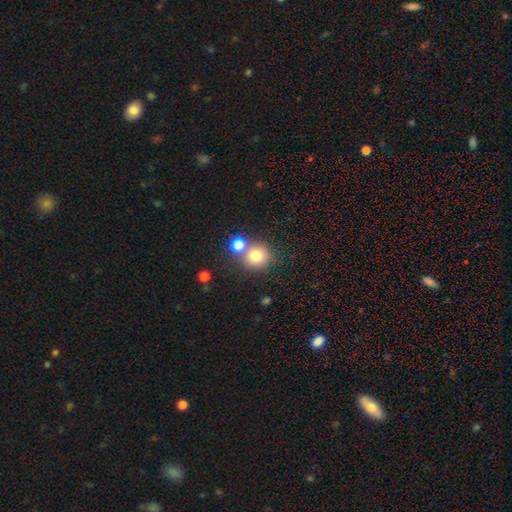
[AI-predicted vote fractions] smooth-or-featured: smooth: 76% | star or artifact: 14% | featured or disk: 10%
  how-rounded: round: 90% | in between: 9% | cigar-shaped: 1%
  merging: none: 62% | merger: 26% | minor disturbance: 8% | major disturbance: 3%